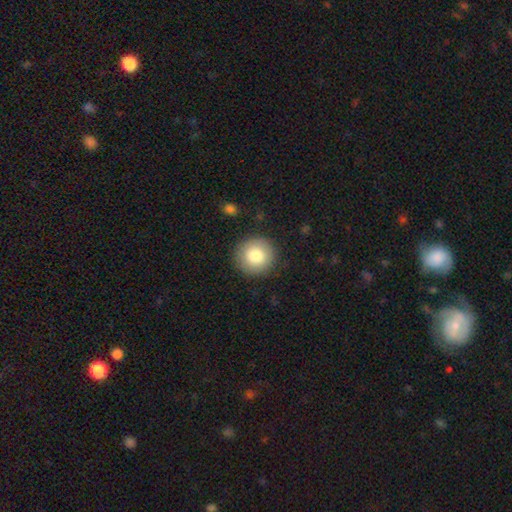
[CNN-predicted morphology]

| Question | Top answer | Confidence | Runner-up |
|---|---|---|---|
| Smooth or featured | smooth | 81% | featured or disk (10%) |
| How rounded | round | 94% | in between (5%) |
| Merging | none | 89% | minor disturbance (7%) |